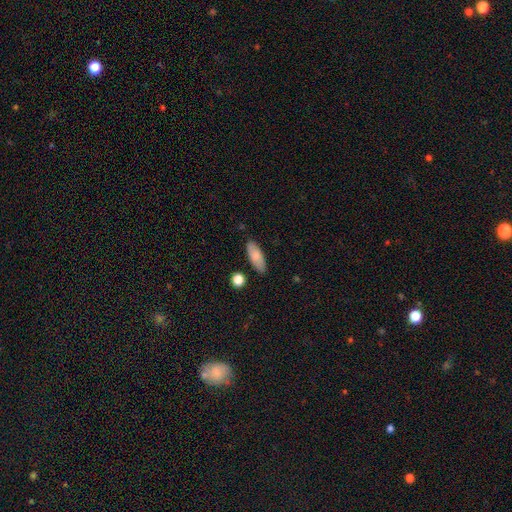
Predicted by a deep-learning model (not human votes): smooth_or_featured: smooth (p=0.81) [alt: featured or disk p=0.12]
how_rounded: in between (p=0.76) [alt: cigar-shaped p=0.22]
merging: none (p=0.84) [alt: minor disturbance p=0.11]